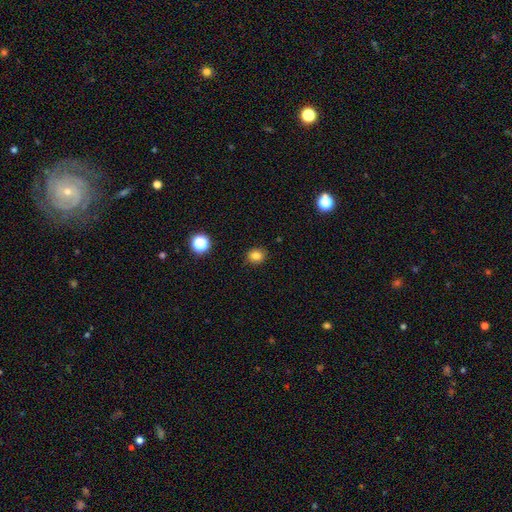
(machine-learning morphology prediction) Smooth or featured? Predicted: smooth (p=0.82). How rounded? Predicted: round (p=0.67). Merging? Predicted: none (p=0.88).